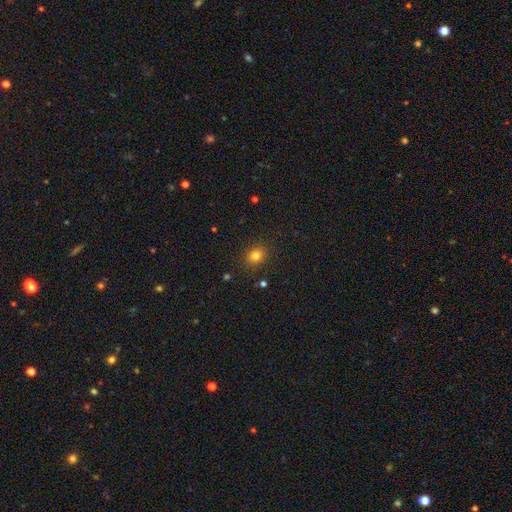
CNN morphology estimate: A smooth galaxy with no disk features (79%) that is round (64%).

Vote fractions:
- Smooth or featured? smooth: 79% / star or artifact: 14% / featured or disk: 7%
- How rounded? round: 64% / in between: 35% / cigar-shaped: 1%
- Merging? none: 88% / minor disturbance: 8% / major disturbance: 2% / merger: 1%